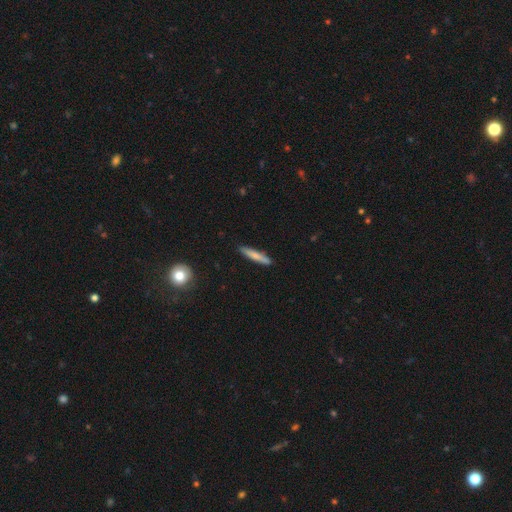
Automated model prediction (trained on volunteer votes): Smooth or featured? Predicted: smooth (p=0.74). How rounded? Predicted: cigar-shaped (p=0.91). Merging? Predicted: none (p=0.88).